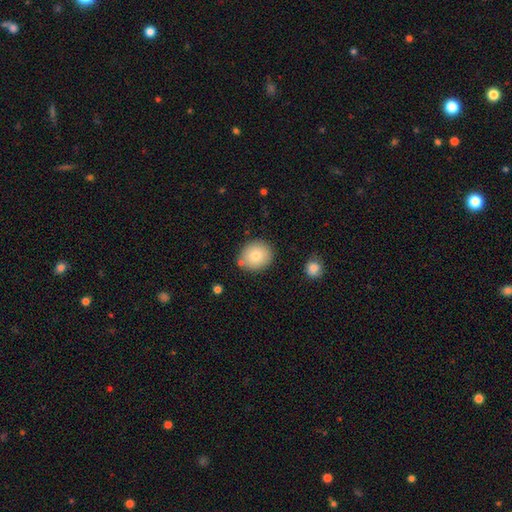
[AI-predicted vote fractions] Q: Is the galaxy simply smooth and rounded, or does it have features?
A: smooth — 80%.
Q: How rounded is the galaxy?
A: round — 81%.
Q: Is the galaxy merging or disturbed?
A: none — 83%.